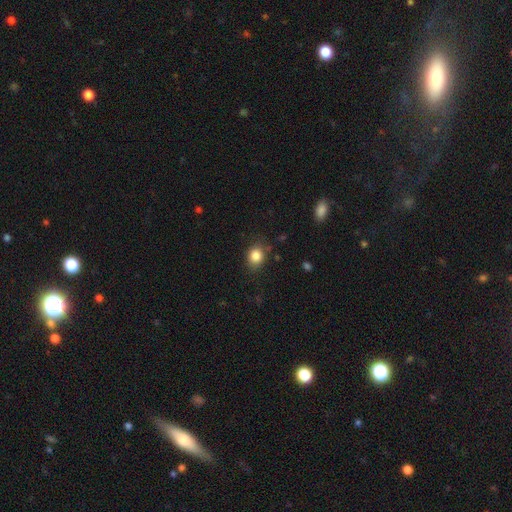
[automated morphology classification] Q: Smooth or featured?
A: smooth (84%); runner-up: star or artifact (10%)
Q: How rounded?
A: round (59%); runner-up: in between (40%)
Q: Merging?
A: none (79%); runner-up: minor disturbance (15%)